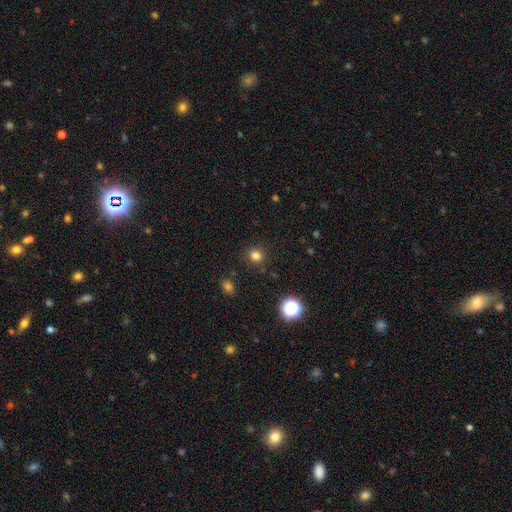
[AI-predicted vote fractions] A smooth galaxy with no disk features (79%) that is round (90%). Merging: none (88%).